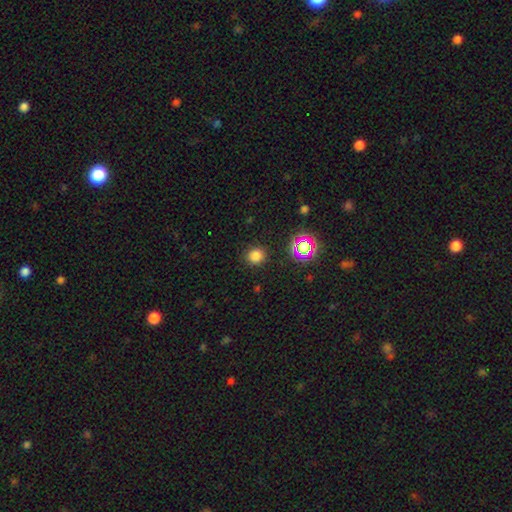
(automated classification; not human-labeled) Smooth or featured: smooth — 76% (star or artifact — 20%)
How rounded: round — 89% (in between — 10%)
Merging: none — 89% (minor disturbance — 7%)